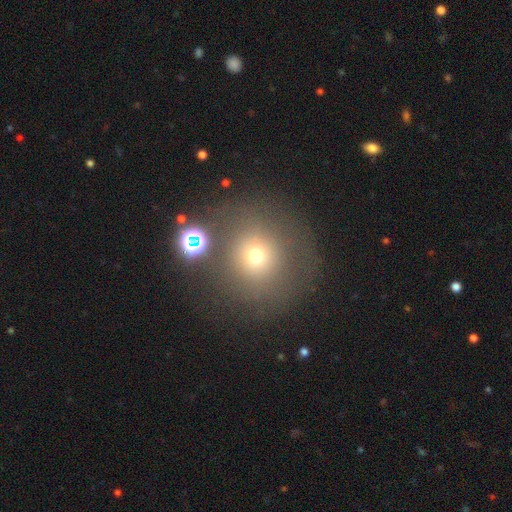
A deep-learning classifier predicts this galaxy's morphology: Smooth or featured: smooth — 67% (star or artifact — 20%)
How rounded: round — 89% (in between — 10%)
Merging: none — 70% (minor disturbance — 13%)